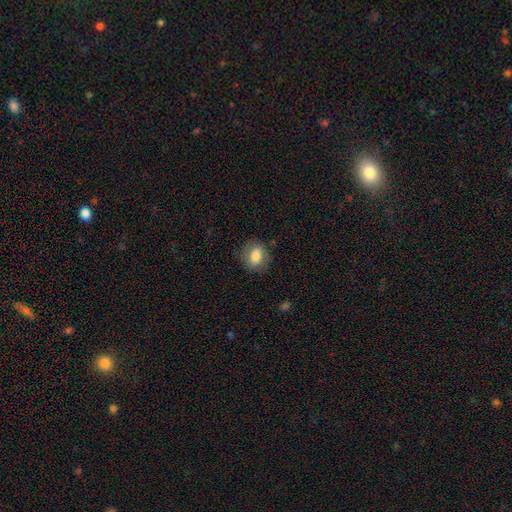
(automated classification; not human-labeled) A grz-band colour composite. It shows a smooth galaxy with no disk features (79%) that is in between round and cigar-shaped (59%). Merging: none (78%).